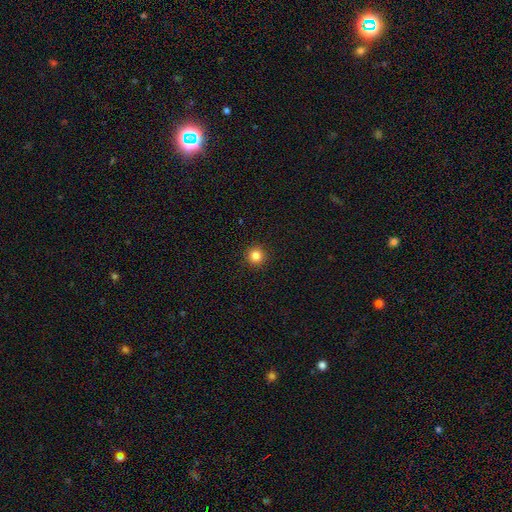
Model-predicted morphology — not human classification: type=smooth (84%); roundness=round (95%); merging=none (93%).